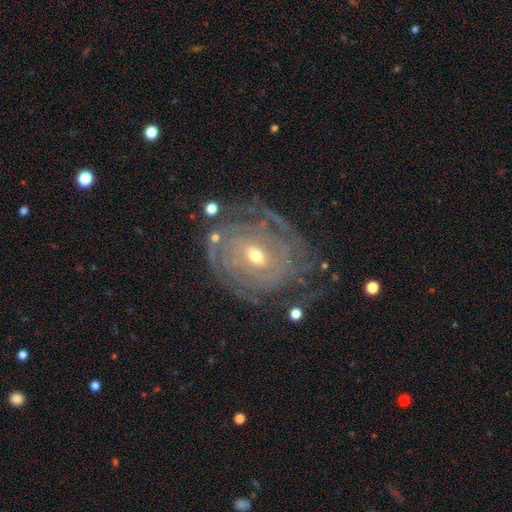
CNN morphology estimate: This is clearly a featured or disk galaxy (86%). It is clearly not viewed edge-on (96%). Bar: possibly no (55%). Spiral arm pattern: clearly yes (93%). Spiral arm count: marginally can't tell (38%). Spiral winding: likely tight (79%). Central bulge: possibly moderate (50%). Merging: likely none (69%).